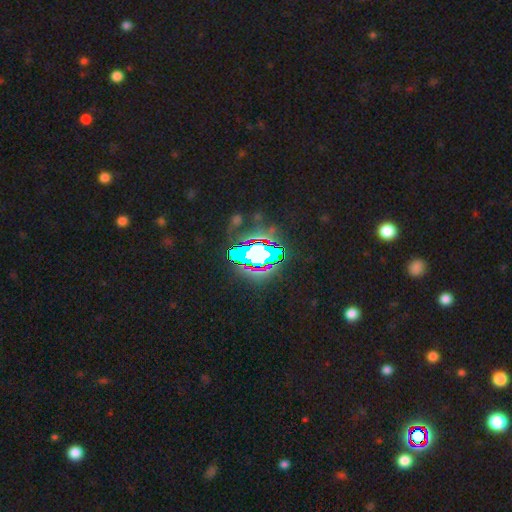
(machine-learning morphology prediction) type=star or artifact (63%).